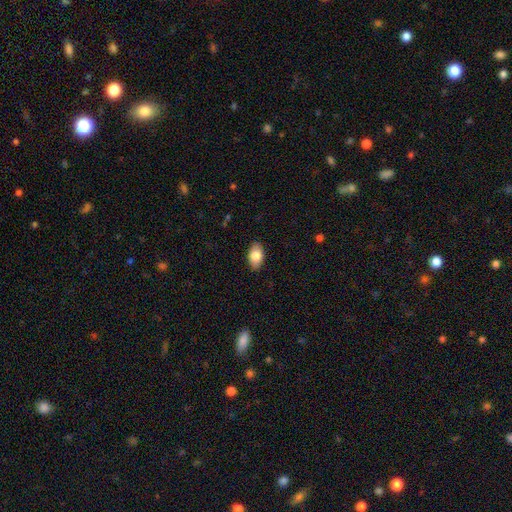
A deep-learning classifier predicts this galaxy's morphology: smooth 83%, featured or disk 10%, star or artifact 7%. Down the decision tree: how rounded — in between (92%); merging — none (87%).